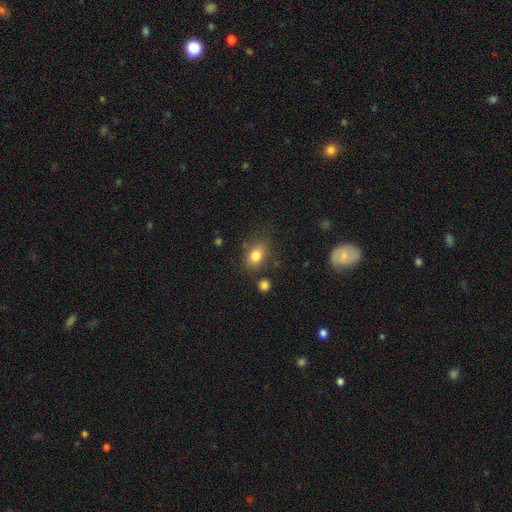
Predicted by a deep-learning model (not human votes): Smooth or featured?
  - smooth: 81% *
  - star or artifact: 10%
  - featured or disk: 10%
How rounded?
  - in between: 75% *
  - round: 23%
  - cigar-shaped: 1%
Merging?
  - none: 75% *
  - minor disturbance: 15%
  - merger: 5%
  - major disturbance: 4%